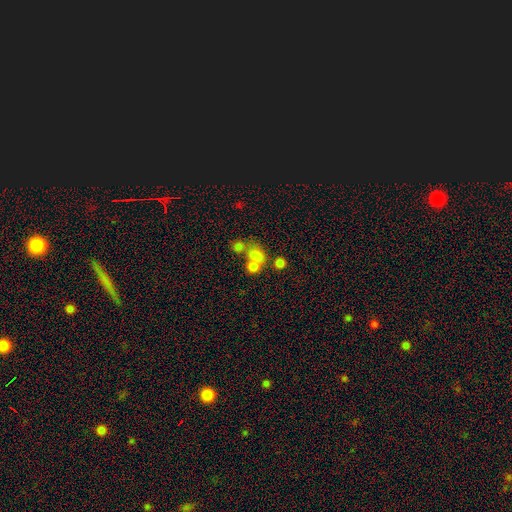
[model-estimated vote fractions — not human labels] Smooth or featured?
  - smooth: 71% *
  - star or artifact: 15%
  - featured or disk: 13%
How rounded?
  - round: 53% *
  - in between: 46%
  - cigar-shaped: 1%
Merging?
  - merger: 50% *
  - none: 34%
  - minor disturbance: 9%
  - major disturbance: 7%